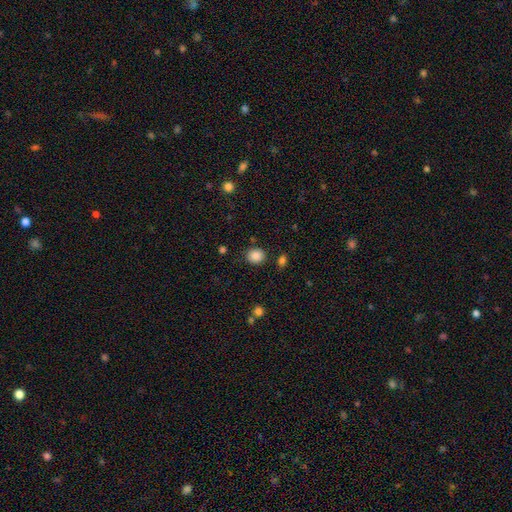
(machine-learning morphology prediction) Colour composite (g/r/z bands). It shows a smooth galaxy with no disk features (87%) that is round (74%). Merging: none (84%).